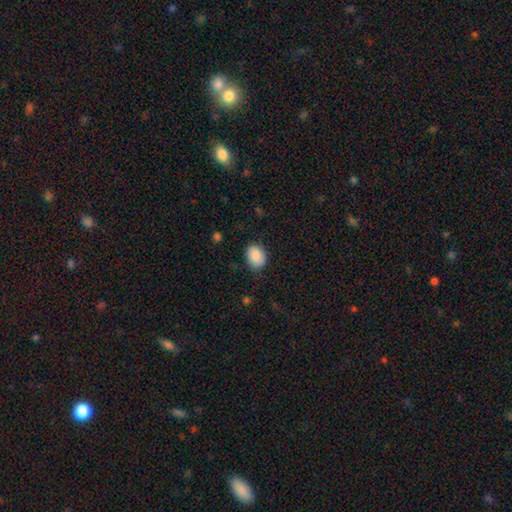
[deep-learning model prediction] smooth_or_featured: smooth (p=0.88) [alt: star or artifact p=0.07]
how_rounded: in between (p=0.69) [alt: round p=0.30]
merging: none (p=0.81) [alt: minor disturbance p=0.15]